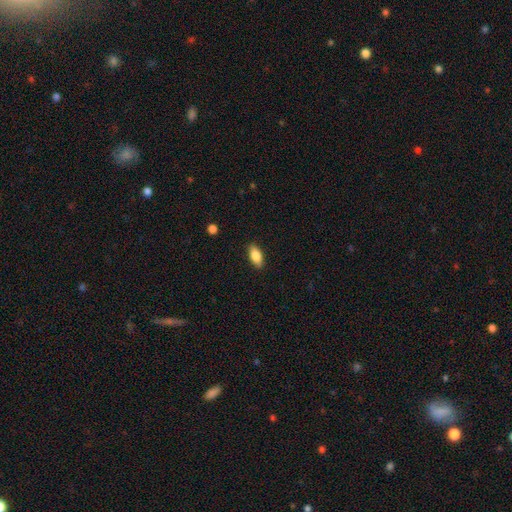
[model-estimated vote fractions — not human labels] smooth 83%, featured or disk 10%, star or artifact 7%. Down the decision tree: how rounded — in between (86%); merging — none (88%).